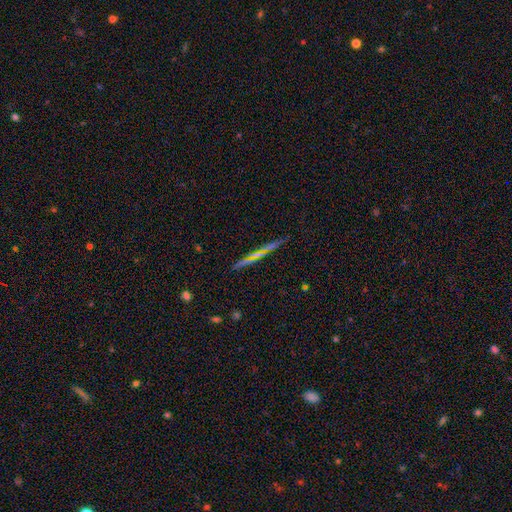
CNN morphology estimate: featured or disk 39%, smooth 31%, star or artifact 30%. Down the decision tree: merging — none (84%).